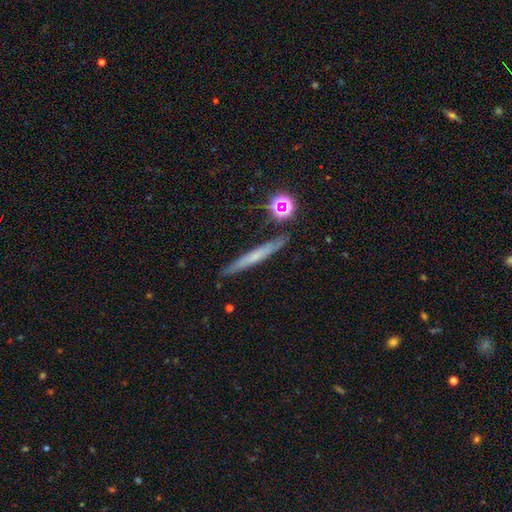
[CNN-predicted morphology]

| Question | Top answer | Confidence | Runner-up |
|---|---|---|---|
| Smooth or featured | smooth | 47% | featured or disk (42%) |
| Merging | none | 86% | minor disturbance (9%) |